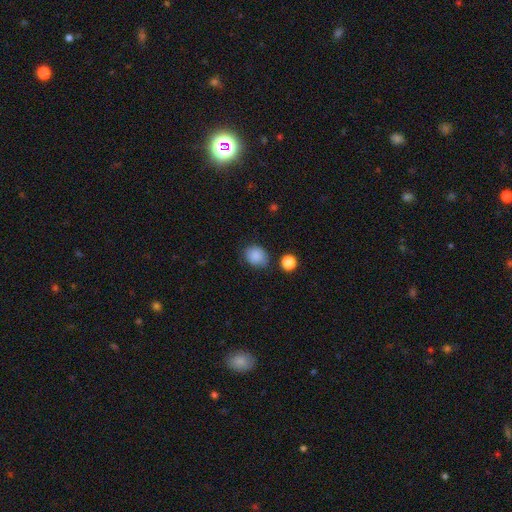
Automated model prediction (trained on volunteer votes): smooth 86%, star or artifact 9%, featured or disk 4%. Down the decision tree: how rounded — round (63%); merging — none (73%).